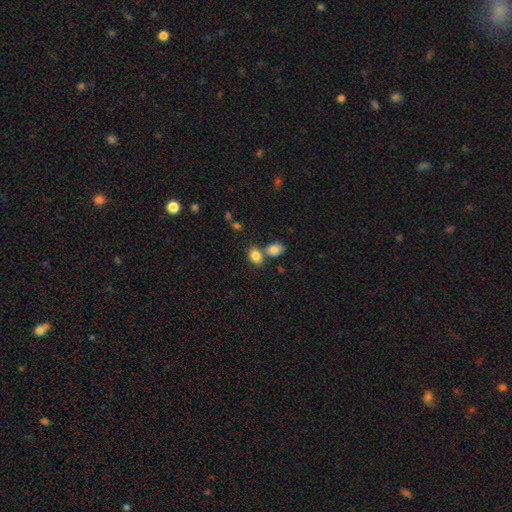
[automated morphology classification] smooth-or-featured: smooth: 84% | star or artifact: 9% | featured or disk: 7%
  how-rounded: in between: 77% | round: 21% | cigar-shaped: 1%
  merging: none: 47% | merger: 40% | minor disturbance: 10% | major disturbance: 4%